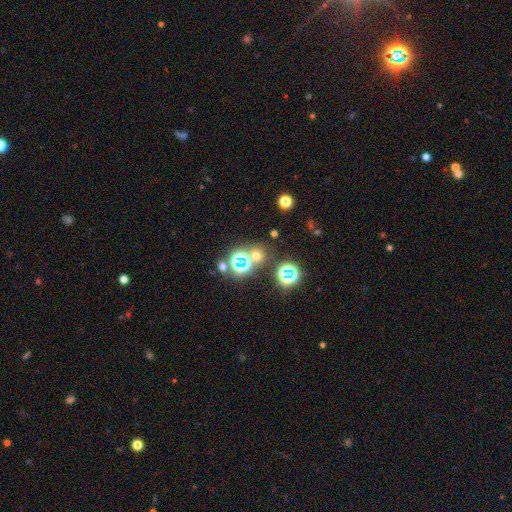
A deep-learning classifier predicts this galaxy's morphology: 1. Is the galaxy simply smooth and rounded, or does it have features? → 47% smooth, 45% star or artifact, 8% featured or disk.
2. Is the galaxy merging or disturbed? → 72% none, 16% merger, 8% minor disturbance, 4% major disturbance.